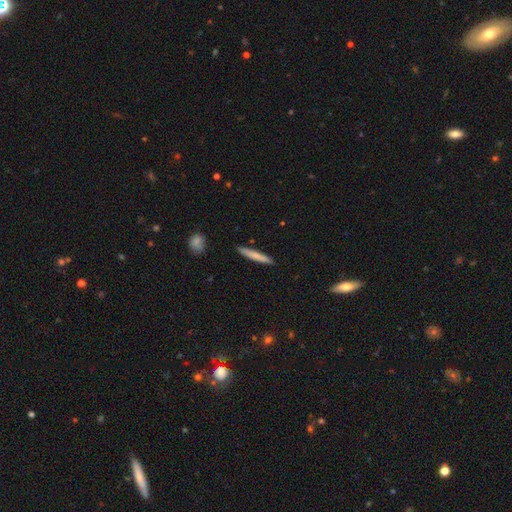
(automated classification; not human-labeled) Overall: smooth (75%). How rounded: cigar-shaped (95%). Merging: none (89%).